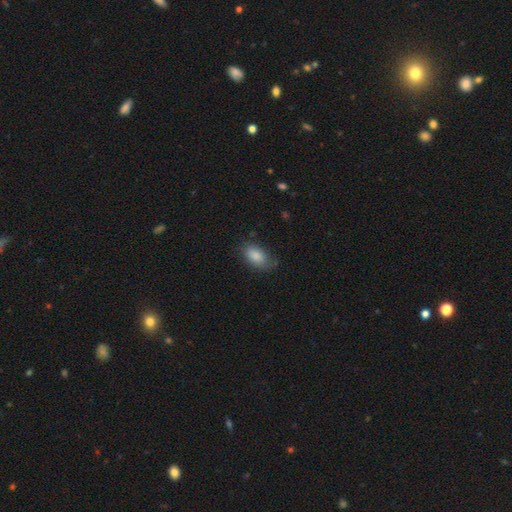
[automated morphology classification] Smooth or featured? smooth (86%)
How rounded? in between (91%)
Merging? none (70%)